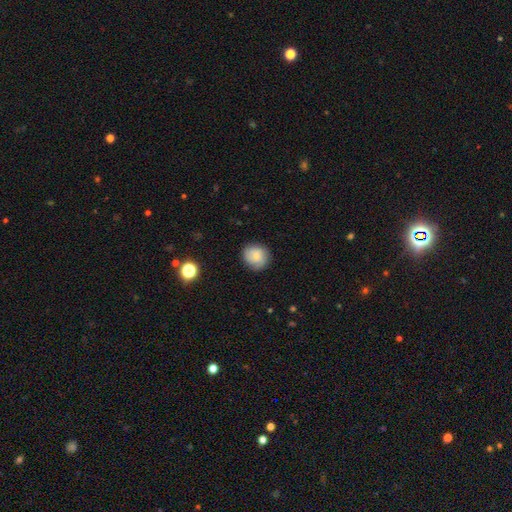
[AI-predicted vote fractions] This is likely a smooth galaxy (77%). How rounded: clearly round (88%). Merging: clearly none (84%).